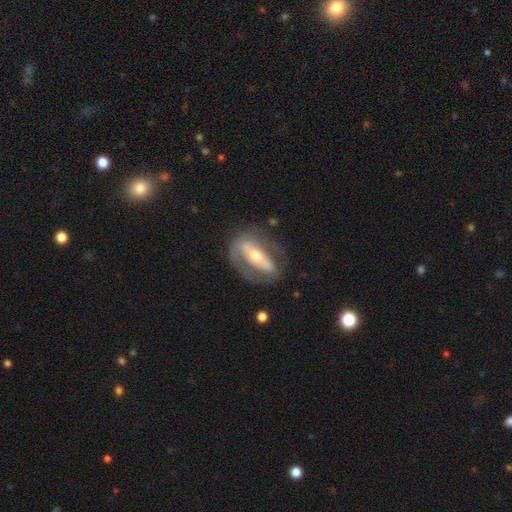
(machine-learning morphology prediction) Overall: featured or disk (73%). Edge-on disk: no (83%). Bar: strong (59%; no 23%). Spiral arms: yes (52%; no 48%). Bulge size: moderate (49%; small 43%). Merging: none (63%).